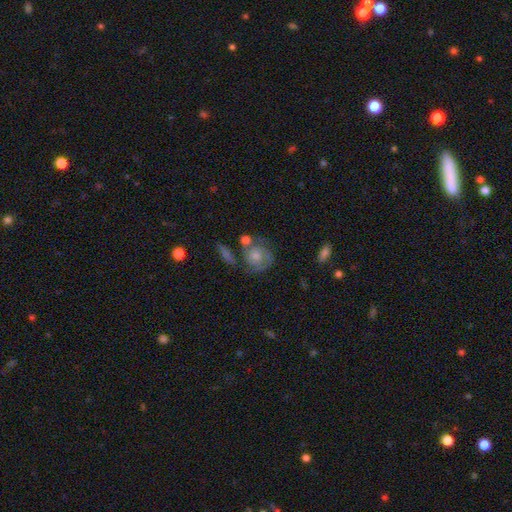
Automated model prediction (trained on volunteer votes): This appears to be a featured or disk galaxy (61%) with no bar (79%), spiral arms (82%) and a moderate central bulge (52%). Merging: none (57%).